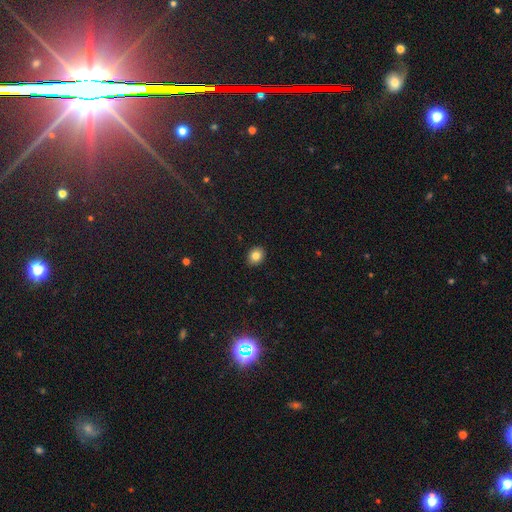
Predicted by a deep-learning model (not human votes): A smooth galaxy with no disk features (83%) that is round (54%).

Vote fractions:
- Smooth or featured? smooth: 83% / star or artifact: 10% / featured or disk: 7%
- How rounded? round: 54% / in between: 46% / cigar-shaped: 1%
- Merging? none: 91% / minor disturbance: 7% / major disturbance: 2% / merger: 1%